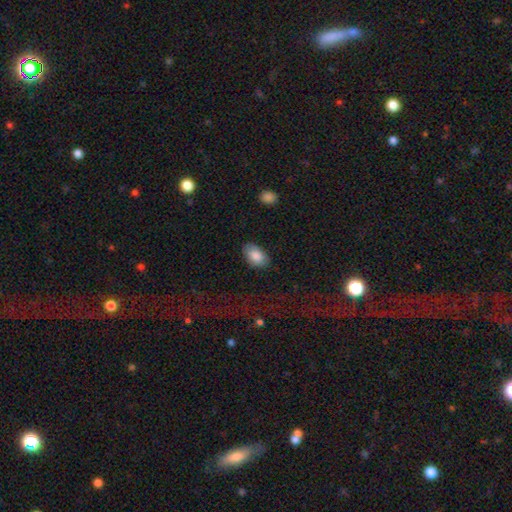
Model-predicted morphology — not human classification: Overall: smooth (85%). How rounded: in between (93%). Merging: none (82%).